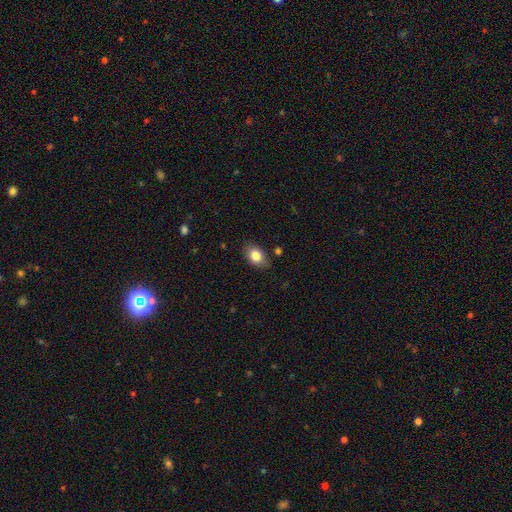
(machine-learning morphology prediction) A smooth galaxy with no disk features (83%) that is in between round and cigar-shaped (77%).

Vote fractions:
- Smooth or featured? smooth: 83% / star or artifact: 8% / featured or disk: 8%
- How rounded? in between: 77% / round: 22% / cigar-shaped: 1%
- Merging? none: 82% / minor disturbance: 14% / major disturbance: 3% / merger: 2%